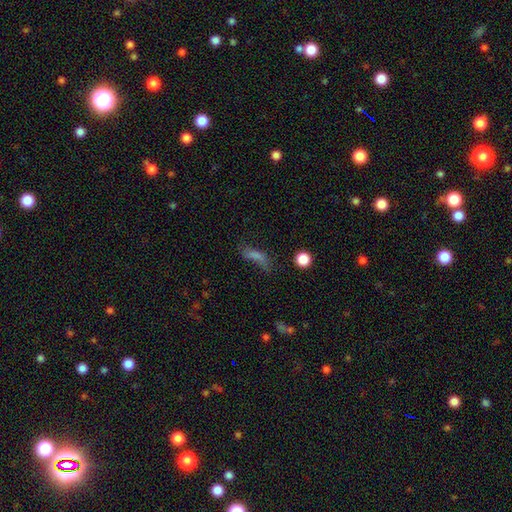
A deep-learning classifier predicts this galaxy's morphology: Smooth or featured?
  - smooth: 57% *
  - featured or disk: 24%
  - star or artifact: 19%
How rounded?
  - cigar-shaped: 48% *
  - in between: 46%
  - round: 7%
Merging?
  - none: 47% *
  - minor disturbance: 25%
  - major disturbance: 23%
  - merger: 6%